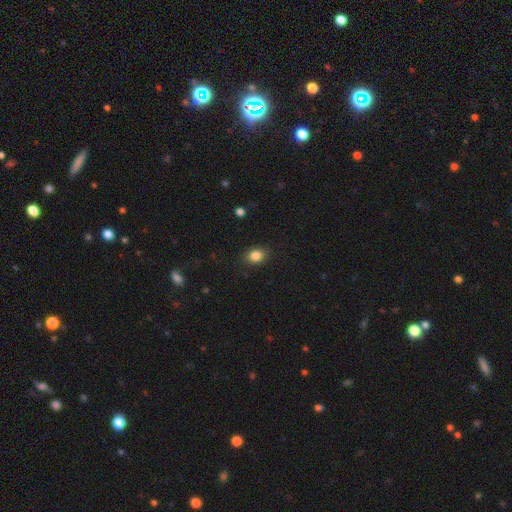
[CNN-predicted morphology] A smooth galaxy with no disk features (85%) that is in between round and cigar-shaped (54%).

Vote fractions:
- Smooth or featured? smooth: 85% / star or artifact: 10% / featured or disk: 5%
- How rounded? in between: 54% / round: 44% / cigar-shaped: 1%
- Merging? none: 87% / minor disturbance: 10% / major disturbance: 3% / merger: 1%